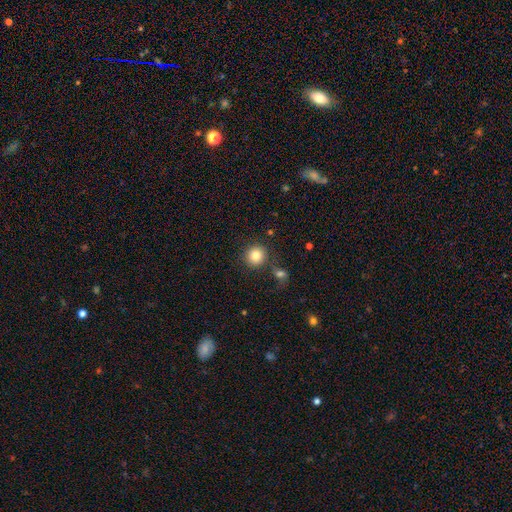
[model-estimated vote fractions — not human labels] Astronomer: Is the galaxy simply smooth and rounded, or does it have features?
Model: smooth — 82%.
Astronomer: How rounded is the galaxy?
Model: round — 89%.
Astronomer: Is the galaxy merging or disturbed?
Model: none — 78%.